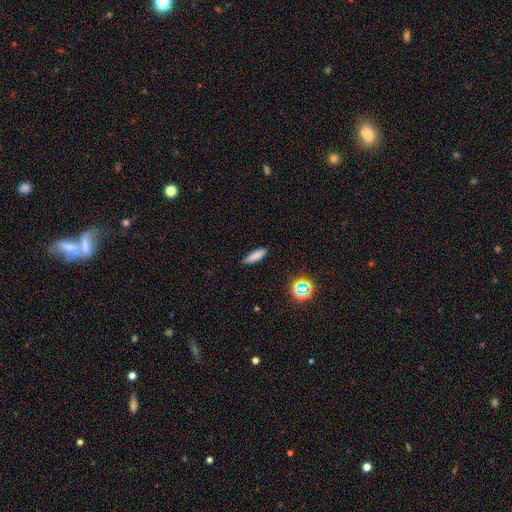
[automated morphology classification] A smooth galaxy with no disk features (82%) that is cigar-shaped (55%).

Vote fractions:
- Smooth or featured? smooth: 82% / star or artifact: 11% / featured or disk: 7%
- How rounded? cigar-shaped: 55% / in between: 42% / round: 3%
- Merging? none: 86% / minor disturbance: 10% / major disturbance: 2% / merger: 1%